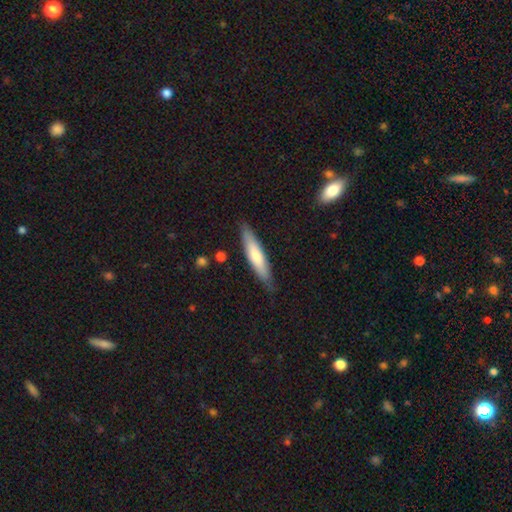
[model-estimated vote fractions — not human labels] Morphology: type=smooth (61%); roundness=cigar-shaped (86%); merging=none (85%).